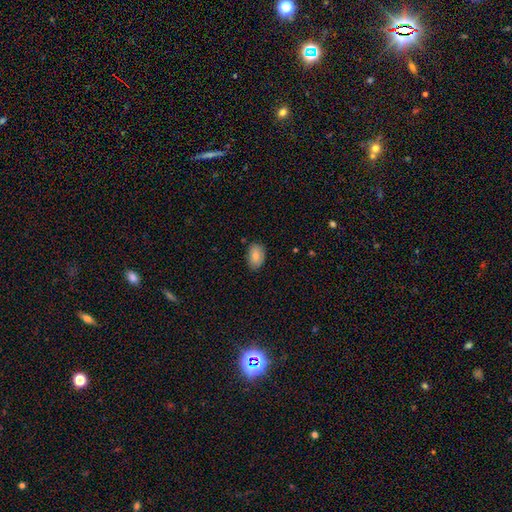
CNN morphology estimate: A smooth galaxy with no disk features (82%) that is in between round and cigar-shaped (88%). Merging: none (80%).